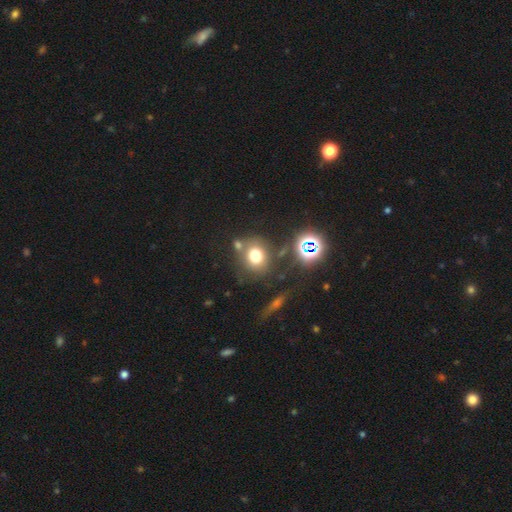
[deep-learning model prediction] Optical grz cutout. It shows a smooth galaxy with no disk features (69%) that is round (69%). Merging: none (68%).